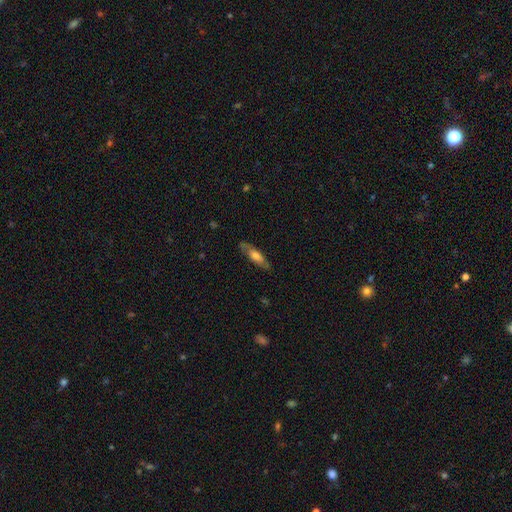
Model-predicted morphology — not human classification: The model was most divided on "how rounded": cigar-shaped: 53%, in between: 45%, round: 2%. More confident: merging — none (77%); smooth or featured — smooth (54%).